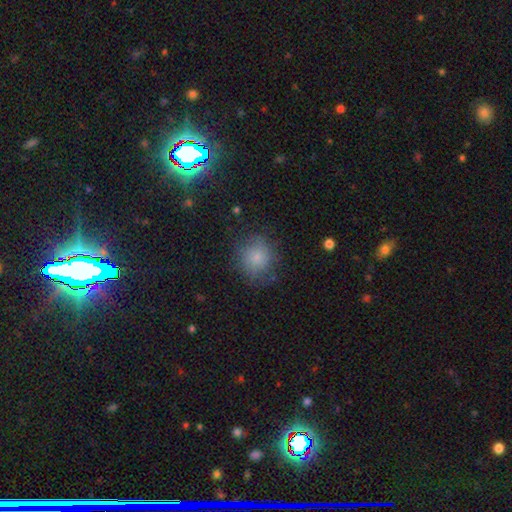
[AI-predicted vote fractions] This is likely a smooth galaxy (74%). How rounded: clearly round (85%). Merging: likely none (72%).